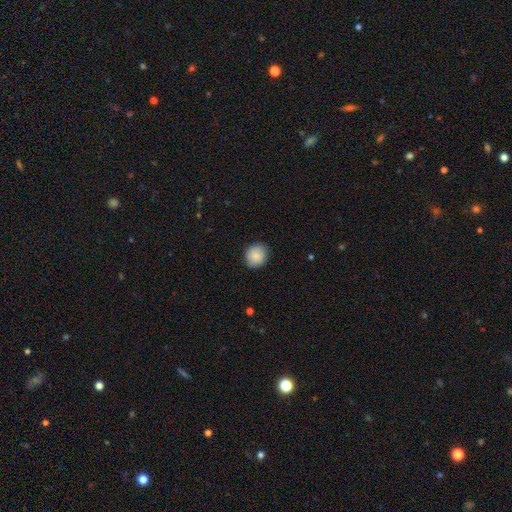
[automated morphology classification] smooth 86%, star or artifact 7%, featured or disk 6%. Down the decision tree: how rounded — round (77%); merging — none (86%).